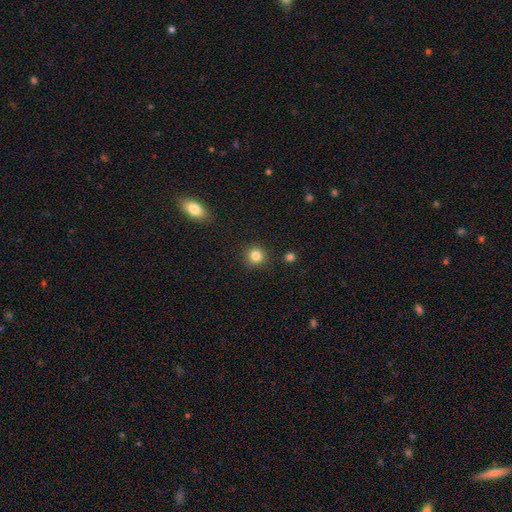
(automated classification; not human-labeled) smooth 84%, star or artifact 11%, featured or disk 5%. Down the decision tree: how rounded — round (93%); merging — none (90%).